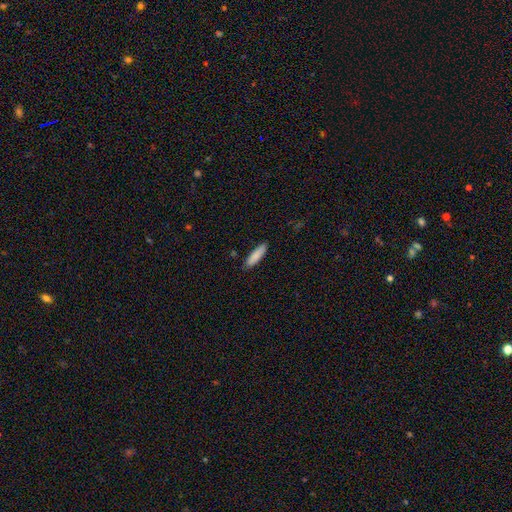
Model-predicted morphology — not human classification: smooth-or-featured: smooth: 87% | featured or disk: 7% | star or artifact: 6%
  how-rounded: cigar-shaped: 68% | in between: 31% | round: 1%
  merging: none: 87% | minor disturbance: 10% | major disturbance: 2% | merger: 1%